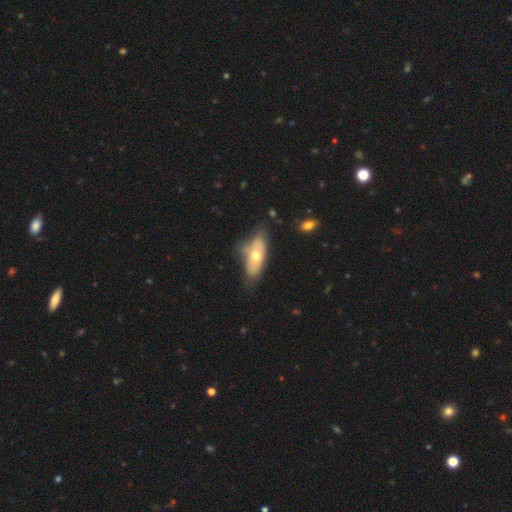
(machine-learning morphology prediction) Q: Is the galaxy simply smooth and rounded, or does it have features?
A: smooth — 55%.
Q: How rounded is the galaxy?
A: in between — 80%.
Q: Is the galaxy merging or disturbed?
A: none — 49%.